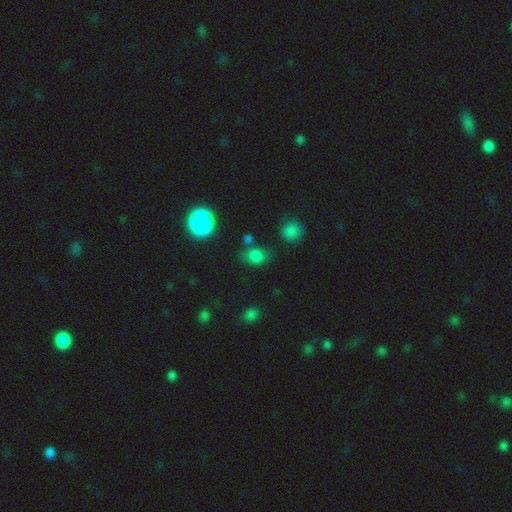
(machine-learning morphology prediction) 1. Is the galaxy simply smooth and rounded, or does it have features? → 75% smooth, 19% star or artifact, 7% featured or disk.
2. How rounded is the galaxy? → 53% round, 45% in between, 2% cigar-shaped.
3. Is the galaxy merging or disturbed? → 68% none, 17% minor disturbance, 9% merger, 6% major disturbance.